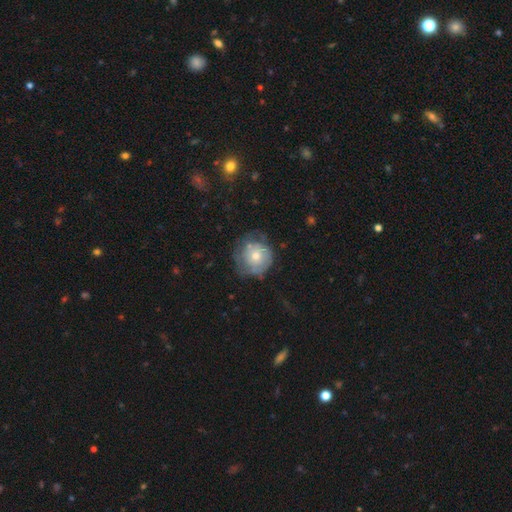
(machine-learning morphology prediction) Overall: smooth (48%; featured or disk 45%). Merging: none (52%; minor disturbance 29%).